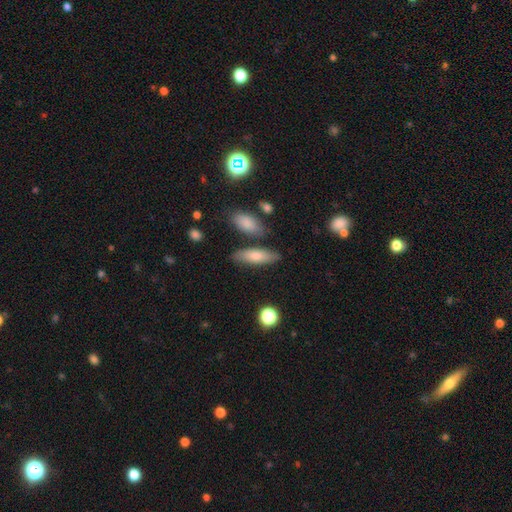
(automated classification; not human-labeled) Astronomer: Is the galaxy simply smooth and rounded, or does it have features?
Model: smooth — 75%.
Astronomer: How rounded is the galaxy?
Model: in between — 56% (runner-up: cigar-shaped, 42%).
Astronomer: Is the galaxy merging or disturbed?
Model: none — 78%.